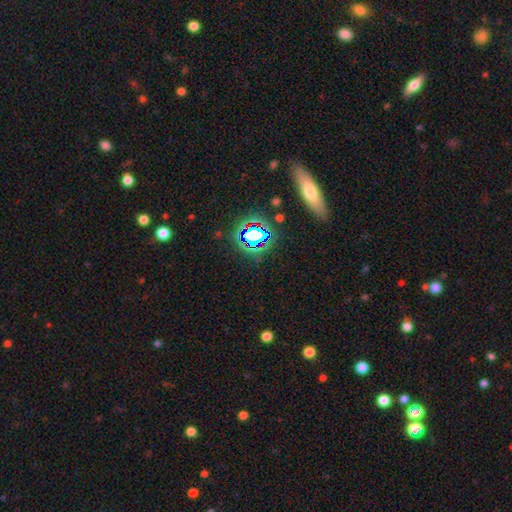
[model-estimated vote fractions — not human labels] smooth-or-featured: star or artifact: 55% | smooth: 27% | featured or disk: 18%